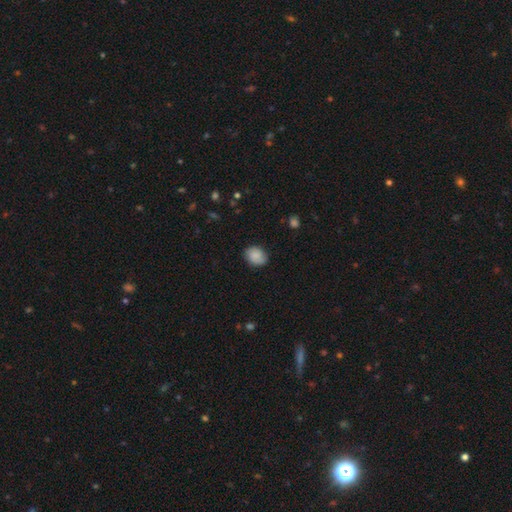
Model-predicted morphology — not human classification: A smooth galaxy with no disk features (83%) that is in between round and cigar-shaped (50%). Merging: none (79%).